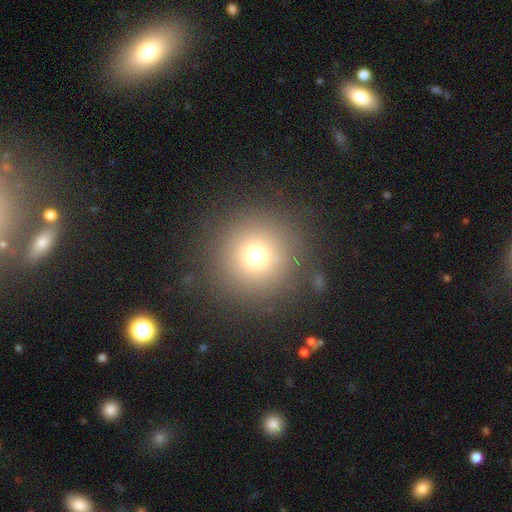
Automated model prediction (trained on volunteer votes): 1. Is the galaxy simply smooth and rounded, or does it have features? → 71% smooth, 18% star or artifact, 10% featured or disk.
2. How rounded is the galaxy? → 96% round, 3% in between, 1% cigar-shaped.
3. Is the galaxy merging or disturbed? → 87% none, 7% minor disturbance, 4% major disturbance, 2% merger.